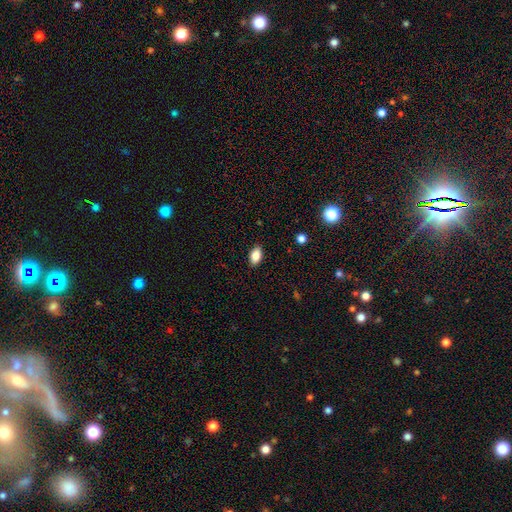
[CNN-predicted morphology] smooth_or_featured: smooth (p=0.83) [alt: star or artifact p=0.09]
how_rounded: in between (p=0.90) [alt: round p=0.07]
merging: none (p=0.89) [alt: minor disturbance p=0.08]